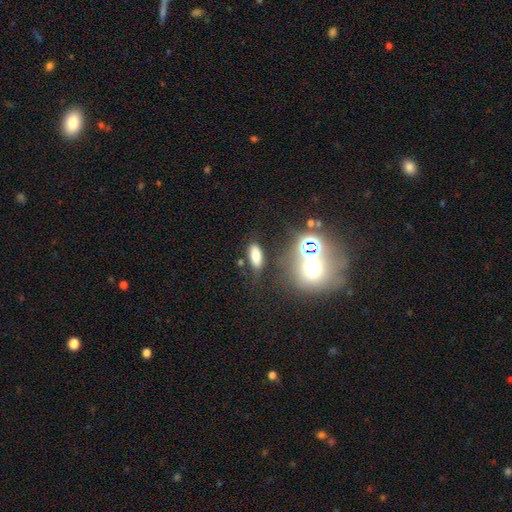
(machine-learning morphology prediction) Overall: smooth (73%). How rounded: in between (72%). Merging: none (74%).